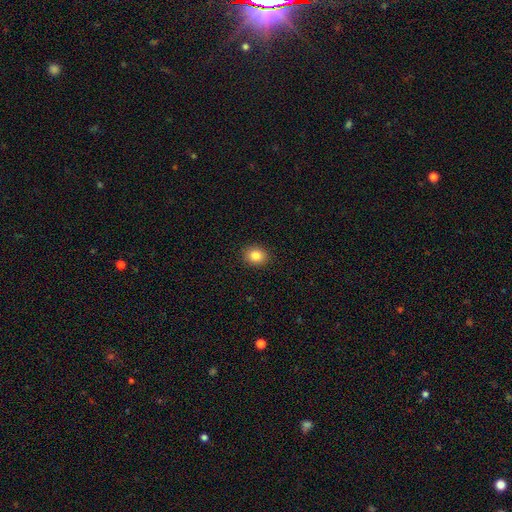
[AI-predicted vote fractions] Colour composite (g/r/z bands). It shows a smooth galaxy with no disk features (84%) that is round (61%). Merging: none (91%).